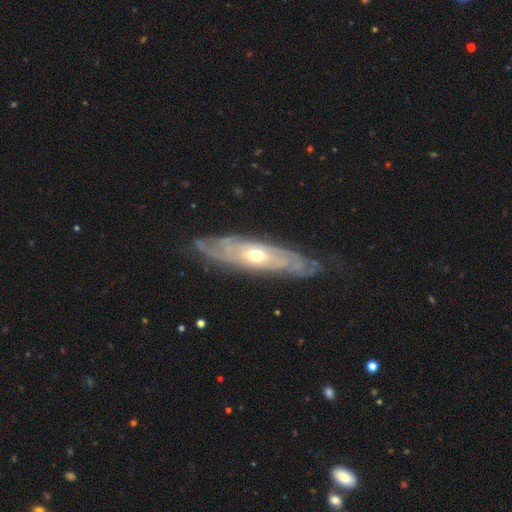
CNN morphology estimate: Smooth or featured? Predicted: featured or disk (p=0.81). Edge-on disk? Predicted: no (p=0.74). Bar? Predicted: no (p=0.80). Spiral arms? Predicted: yes (p=0.79). Bulge size? Predicted: moderate (p=0.70). Merging? Predicted: none (p=0.75).